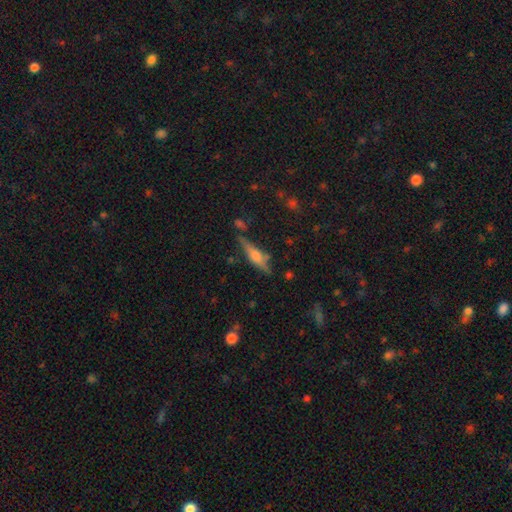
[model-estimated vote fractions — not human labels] Smooth or featured? Predicted: featured or disk (p=0.56). Edge-on disk? Predicted: yes (p=0.92). Edge-on bulge? Predicted: rounded (p=0.83). Merging? Predicted: none (p=0.74).